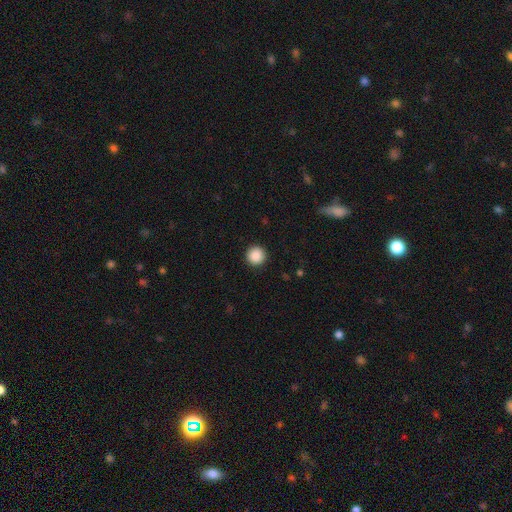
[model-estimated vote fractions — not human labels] This appears to be a smooth galaxy with no disk features (89%) that is round (96%). Merging: none (92%).